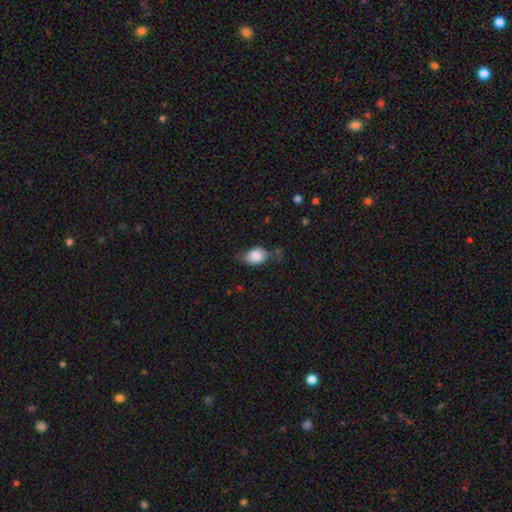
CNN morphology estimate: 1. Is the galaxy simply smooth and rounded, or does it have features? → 78% smooth, 15% featured or disk, 8% star or artifact.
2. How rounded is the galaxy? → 76% in between, 22% round, 2% cigar-shaped.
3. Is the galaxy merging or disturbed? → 50% none, 33% minor disturbance, 15% major disturbance, 3% merger.